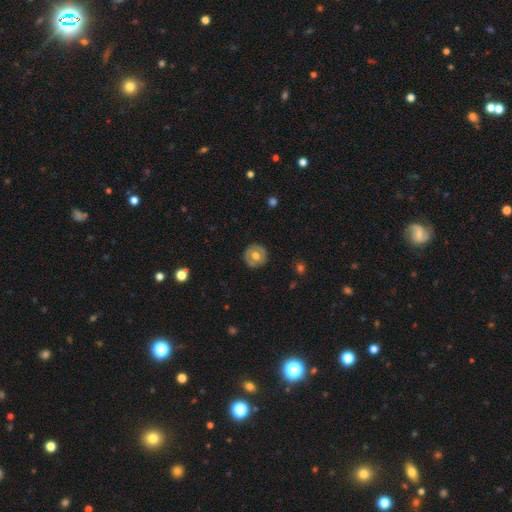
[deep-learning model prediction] A smooth galaxy with no disk features (55%) that is round (93%). Merging: none (88%).